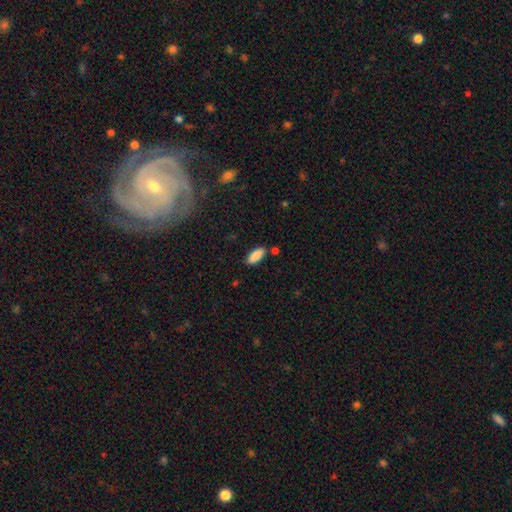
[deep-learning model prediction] Smooth or featured? Predicted: smooth (p=0.89). How rounded? Predicted: in between (p=0.79). Merging? Predicted: none (p=0.81).